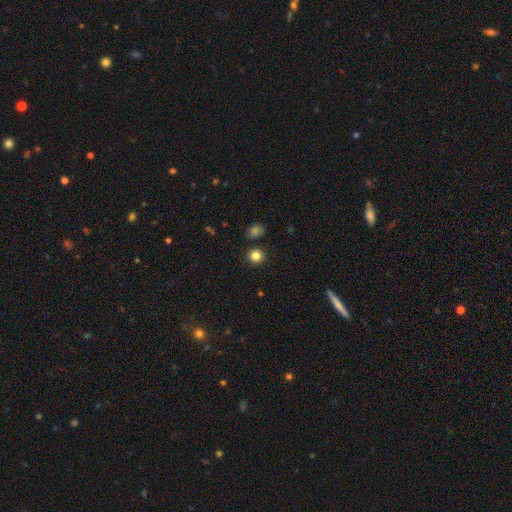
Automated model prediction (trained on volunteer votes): Q: Smooth or featured?
A: smooth (83%); runner-up: star or artifact (12%)
Q: How rounded?
A: round (90%); runner-up: in between (9%)
Q: Merging?
A: none (89%); runner-up: minor disturbance (6%)